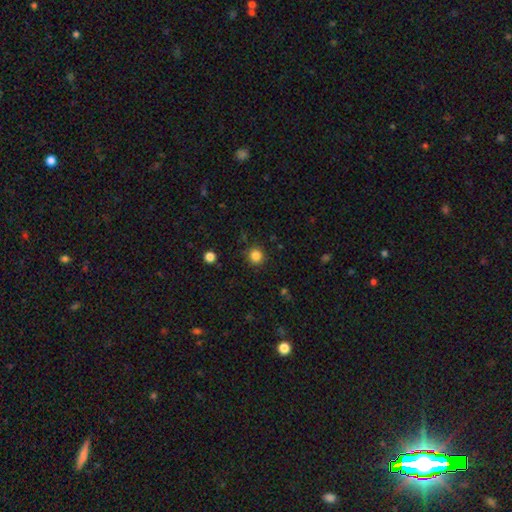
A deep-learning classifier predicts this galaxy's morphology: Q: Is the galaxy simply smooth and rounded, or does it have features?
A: smooth — 84%.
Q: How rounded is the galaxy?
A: round — 93%.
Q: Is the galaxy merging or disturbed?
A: none — 90%.